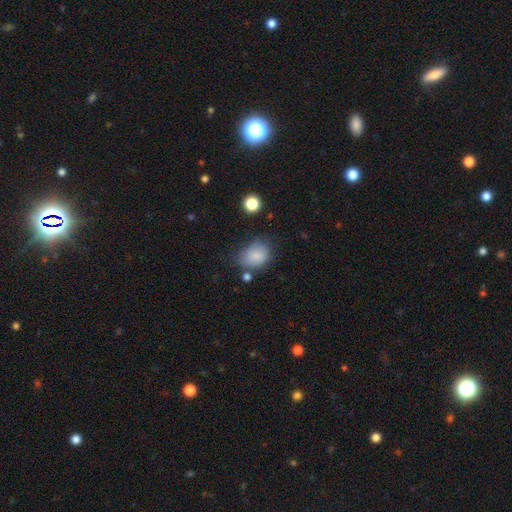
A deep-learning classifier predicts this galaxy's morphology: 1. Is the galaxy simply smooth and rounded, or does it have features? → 80% smooth, 11% featured or disk, 9% star or artifact.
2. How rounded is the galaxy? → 58% in between, 42% round, 1% cigar-shaped.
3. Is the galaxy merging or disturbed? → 50% none, 31% minor disturbance, 12% major disturbance, 7% merger.